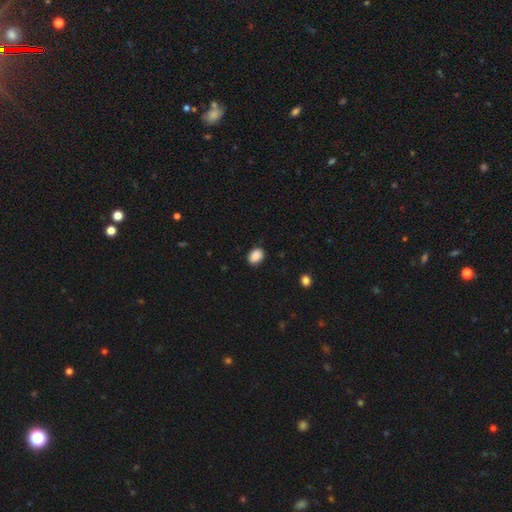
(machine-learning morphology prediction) Smooth or featured?
  - smooth: 89% *
  - star or artifact: 8%
  - featured or disk: 3%
How rounded?
  - in between: 73% *
  - round: 26%
  - cigar-shaped: 1%
Merging?
  - none: 86% *
  - minor disturbance: 11%
  - major disturbance: 2%
  - merger: 1%